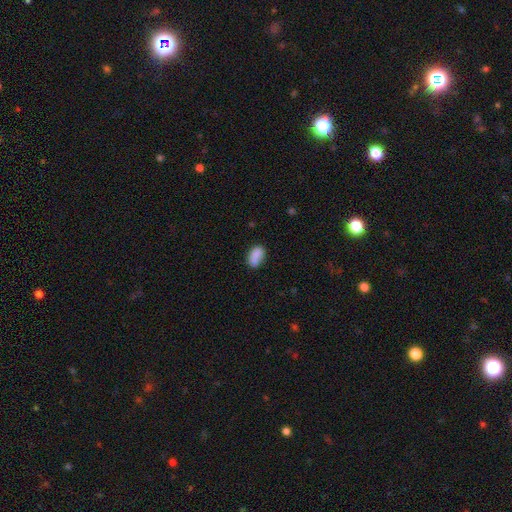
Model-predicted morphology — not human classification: Q: Smooth or featured?
A: smooth (85%); runner-up: star or artifact (8%)
Q: How rounded?
A: in between (90%); runner-up: round (8%)
Q: Merging?
A: none (68%); runner-up: minor disturbance (21%)